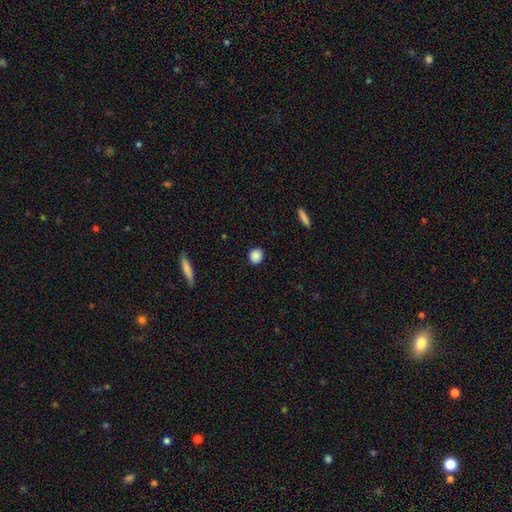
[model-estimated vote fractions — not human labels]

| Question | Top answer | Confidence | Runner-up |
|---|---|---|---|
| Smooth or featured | smooth | 88% | star or artifact (8%) |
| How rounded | round | 89% | in between (10%) |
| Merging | none | 90% | minor disturbance (7%) |